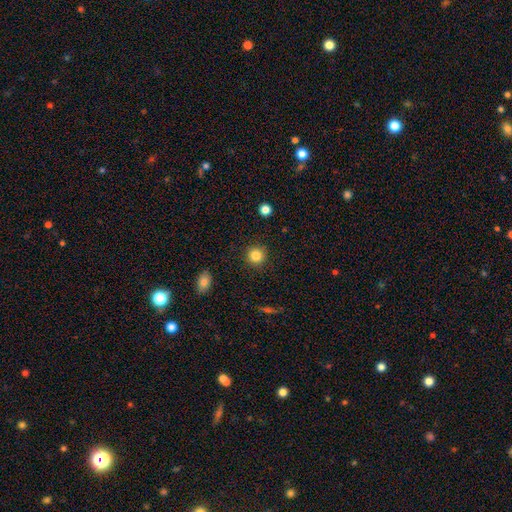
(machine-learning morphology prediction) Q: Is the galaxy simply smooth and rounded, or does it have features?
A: smooth — 84%.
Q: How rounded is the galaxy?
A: round — 92%.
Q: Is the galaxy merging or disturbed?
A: none — 91%.